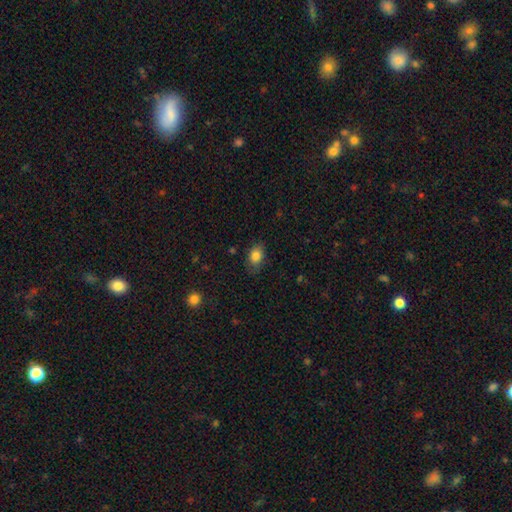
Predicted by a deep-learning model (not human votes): Overall: smooth (83%). How rounded: in between (80%). Merging: none (79%).